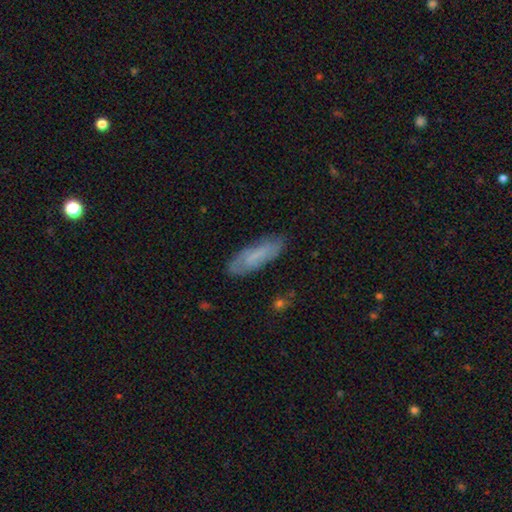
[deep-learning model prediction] Q: Smooth or featured?
A: smooth (58%); runner-up: featured or disk (34%)
Q: How rounded?
A: in between (54%); runner-up: cigar-shaped (44%)
Q: Merging?
A: none (78%); runner-up: minor disturbance (16%)